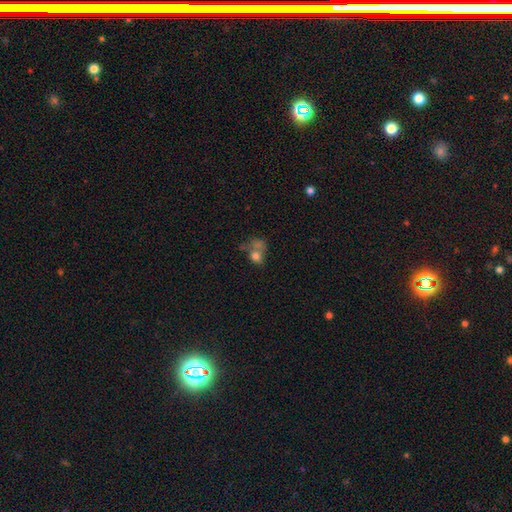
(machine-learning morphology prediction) Smooth or featured? Predicted: star or artifact (p=0.38, tied with smooth).